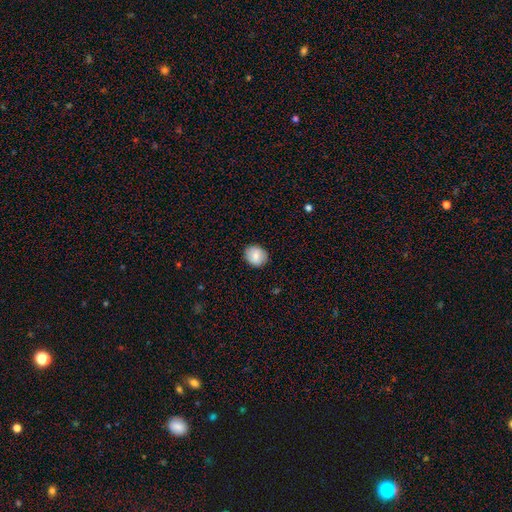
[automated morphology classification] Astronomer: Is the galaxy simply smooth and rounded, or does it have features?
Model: smooth — 82%.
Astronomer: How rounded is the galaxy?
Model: round — 75%.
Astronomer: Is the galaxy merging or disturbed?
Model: none — 87%.